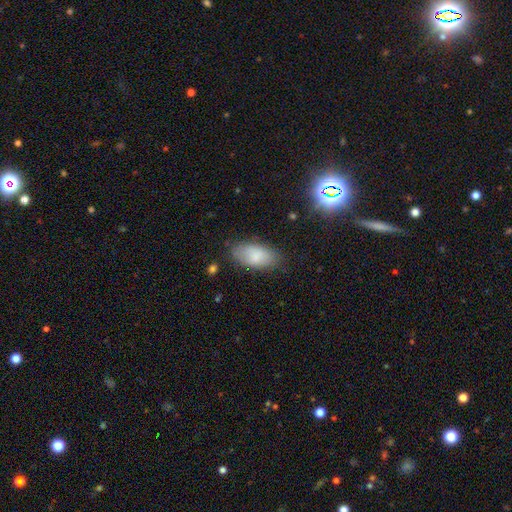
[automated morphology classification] A smooth galaxy with no disk features (82%) that is in between round and cigar-shaped (93%). Merging: none (77%).